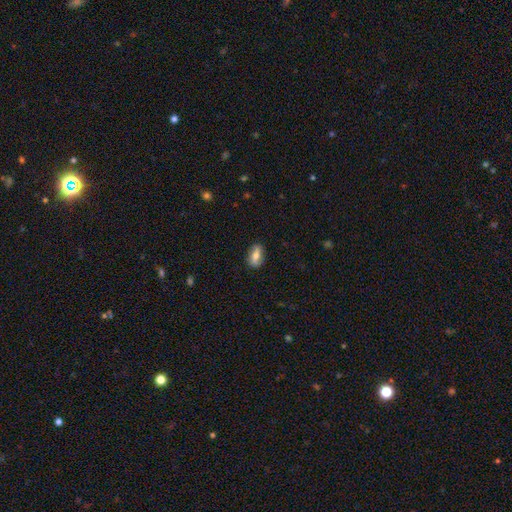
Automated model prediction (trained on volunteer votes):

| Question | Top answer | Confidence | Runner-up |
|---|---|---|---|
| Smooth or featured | smooth | 57% | featured or disk (36%) |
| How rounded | in between | 84% | cigar-shaped (8%) |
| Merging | none | 83% | minor disturbance (13%) |